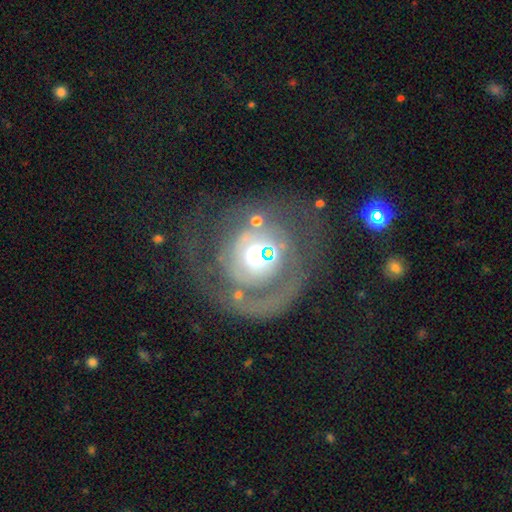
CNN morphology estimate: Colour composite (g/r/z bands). It shows a featured or disk galaxy (70%) with no bar (80%), spiral arms (64%) and a moderate central bulge (56%). Merging: none (46%).